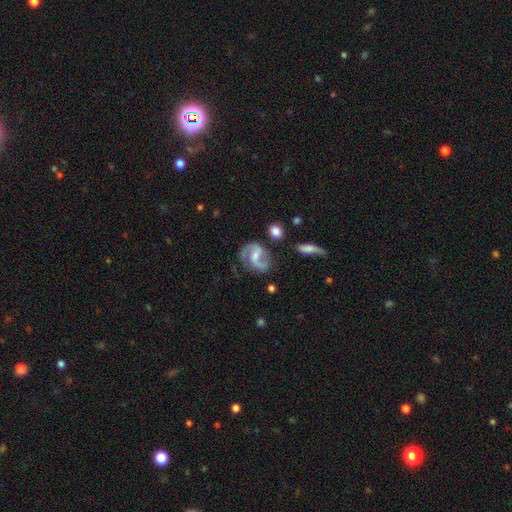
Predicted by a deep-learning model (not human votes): Smooth or featured? Predicted: featured or disk (p=0.84). Edge-on disk? Predicted: no (p=0.97). Bar? Predicted: weak (p=0.45). Spiral arms? Predicted: yes (p=0.95). Spiral winding? Predicted: loose (p=0.45). Spiral arm count? Predicted: 2 (p=0.89). Bulge size? Predicted: small (p=0.51). Merging? Predicted: none (p=0.65).